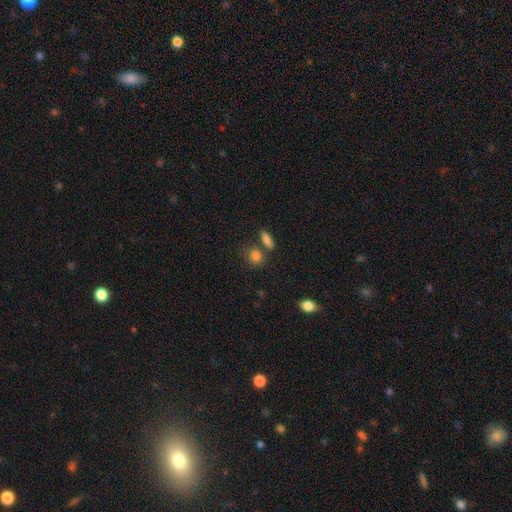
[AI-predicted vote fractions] Morphology: type=smooth (84%); roundness=round (56%); merging=none (65%).